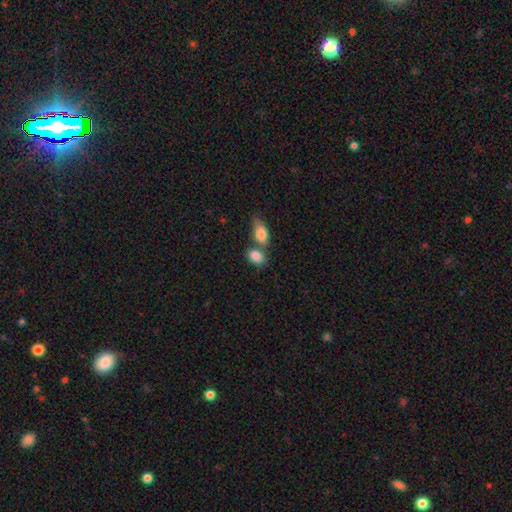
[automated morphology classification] The model was most divided on "merging": merger: 46%, none: 40%, minor disturbance: 11%, major disturbance: 4%. More confident: smooth or featured — smooth (85%); how rounded — in between (83%).